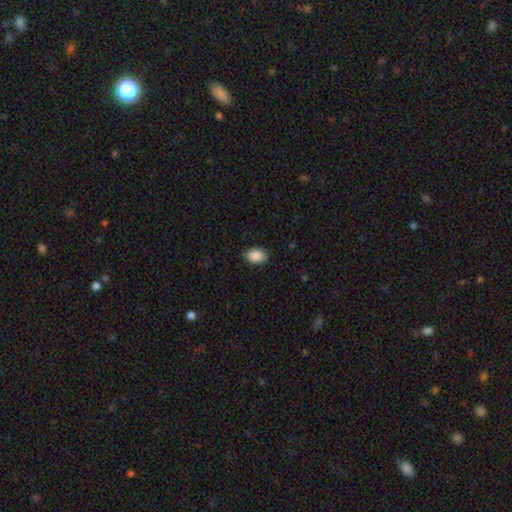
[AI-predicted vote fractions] smooth-or-featured: smooth: 90% | star or artifact: 7% | featured or disk: 3%
  how-rounded: in between: 80% | round: 19% | cigar-shaped: 1%
  merging: none: 87% | minor disturbance: 10% | major disturbance: 2% | merger: 1%